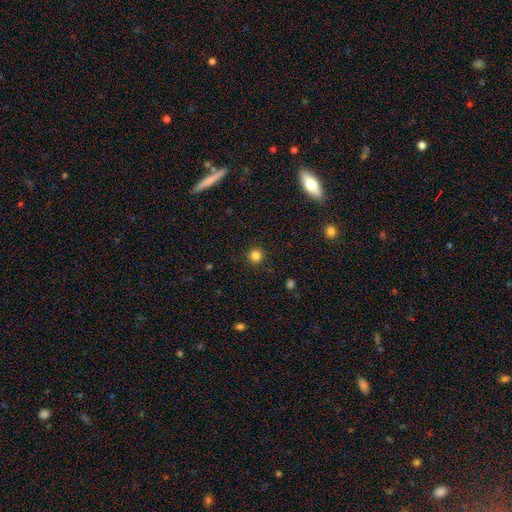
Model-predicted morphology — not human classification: This is clearly a smooth galaxy (83%). How rounded: clearly round (95%). Merging: clearly none (92%).